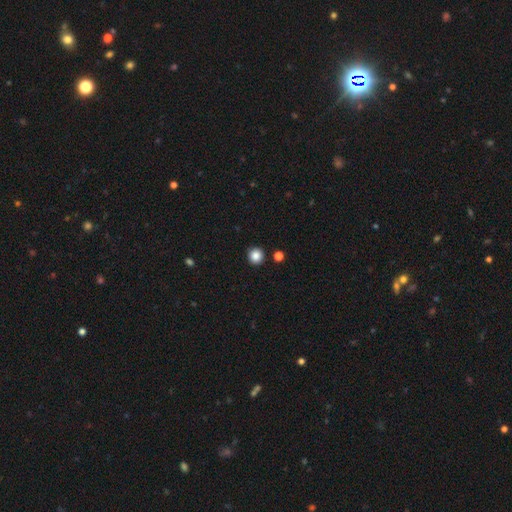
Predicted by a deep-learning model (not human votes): Smooth or featured? Predicted: smooth (p=0.85). How rounded? Predicted: round (p=0.94). Merging? Predicted: none (p=0.91).